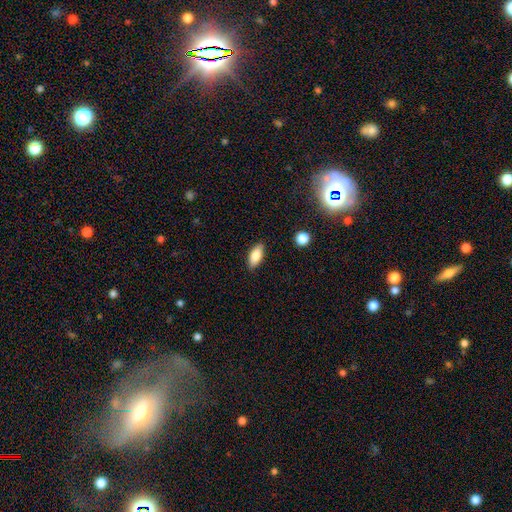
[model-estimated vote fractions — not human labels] Morphology: type=smooth (82%); roundness=in between (84%); merging=none (88%).